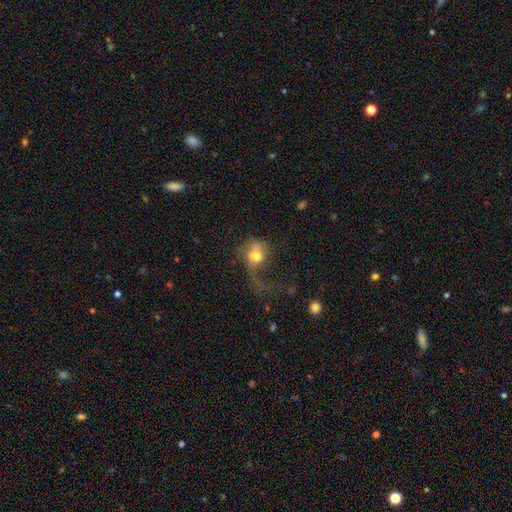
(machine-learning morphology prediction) This is possibly a smooth galaxy (60%). How rounded: likely round (62%). Merging: possibly major disturbance (60%).